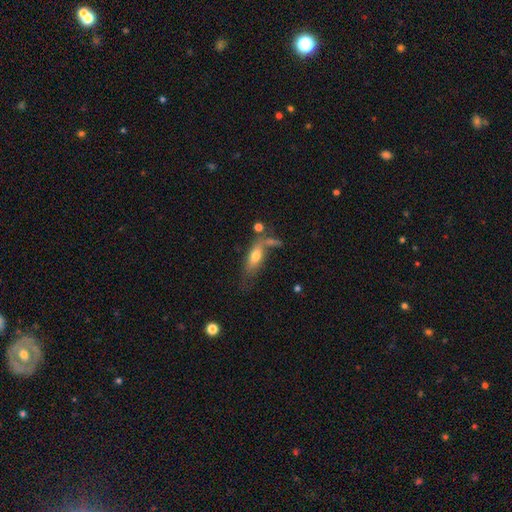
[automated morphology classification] A smooth galaxy with no disk features (61%) that is in between round and cigar-shaped (66%). Merging: none (40%).